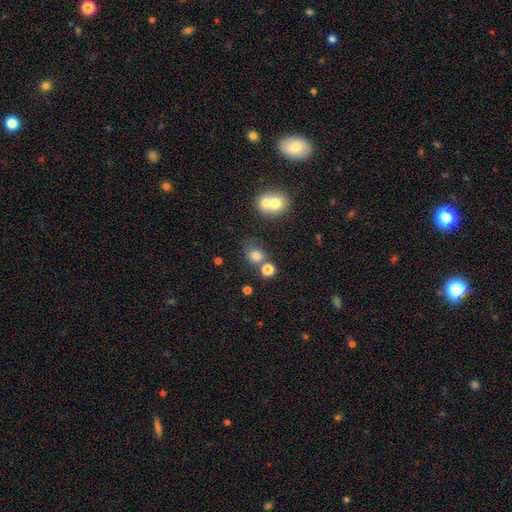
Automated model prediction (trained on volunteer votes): Q: Smooth or featured?
A: smooth (77%); runner-up: star or artifact (15%)
Q: How rounded?
A: round (77%); runner-up: in between (22%)
Q: Merging?
A: none (56%); runner-up: merger (27%)